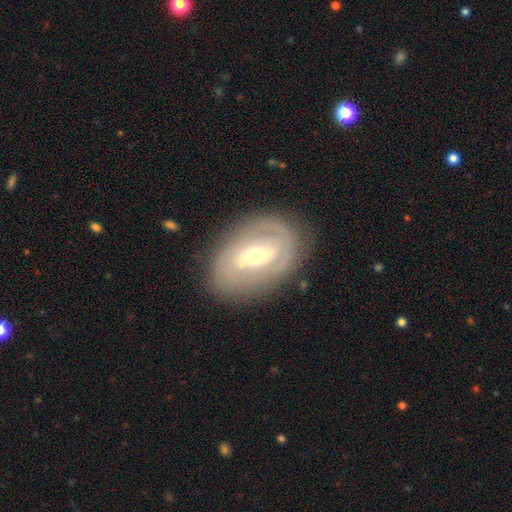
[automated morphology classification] smooth-or-featured: featured or disk: 74% | smooth: 20% | star or artifact: 6%
  disk-edge-on: no: 93% | yes: 7%
    bar: weak: 42% | strong: 38% | no: 20%
    has-spiral-arms: yes: 67% | no: 33%
    bulge-size: moderate: 58% | small: 35% | large: 5% | dominant: 1% | none: 1%
  merging: none: 77% | minor disturbance: 15% | major disturbance: 6% | merger: 2%